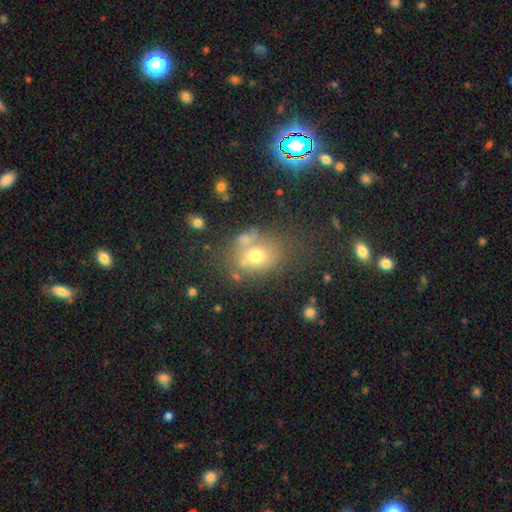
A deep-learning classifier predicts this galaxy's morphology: This is likely a smooth galaxy (65%). How rounded: possibly in between (53%). Merging: possibly none (56%).